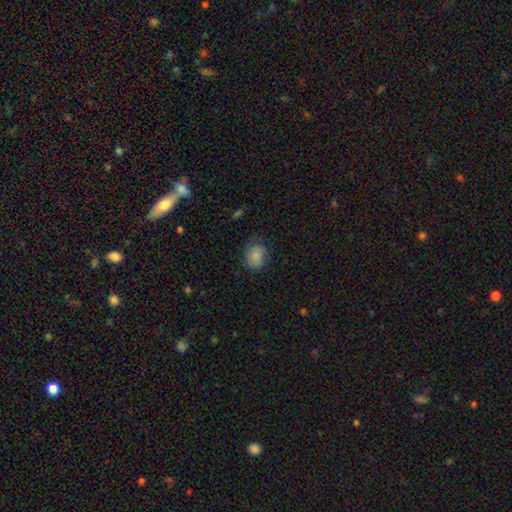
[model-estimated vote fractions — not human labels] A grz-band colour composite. It shows a smooth galaxy with no disk features (81%) that is in between round and cigar-shaped (50%). Merging: none (66%).